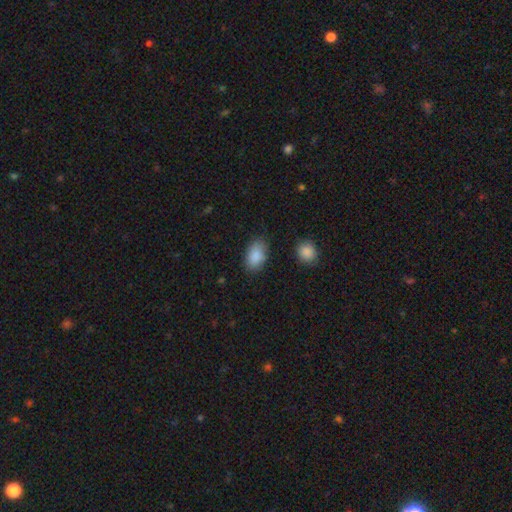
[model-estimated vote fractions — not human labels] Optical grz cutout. It shows a smooth galaxy with no disk features (88%) that is in between round and cigar-shaped (92%). Merging: none (80%).